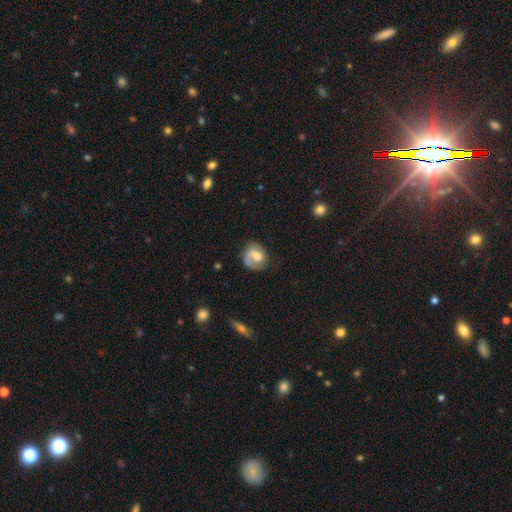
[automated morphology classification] Smooth or featured?
  - featured or disk: 56% *
  - smooth: 37%
  - star or artifact: 7%
Edge-on disk?
  - no: 97% *
  - yes: 3%
Bar?
  - no: 48% *
  - weak: 42%
  - strong: 10%
Spiral arms?
  - yes: 85% *
  - no: 15%
Bulge size?
  - moderate: 48% *
  - small: 20%
  - large: 20%
  - none: 9%
  - dominant: 2%
Merging?
  - none: 63% *
  - minor disturbance: 21%
  - major disturbance: 14%
  - merger: 2%